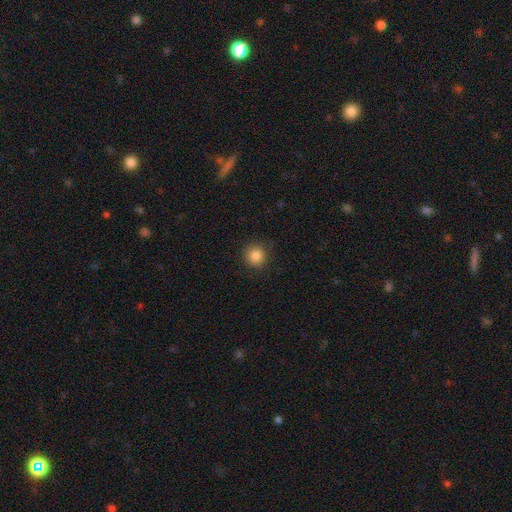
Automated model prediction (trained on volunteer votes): smooth_or_featured: smooth (p=0.84) [alt: star or artifact p=0.11]
how_rounded: round (p=0.94) [alt: in between p=0.06]
merging: none (p=0.90) [alt: minor disturbance p=0.07]